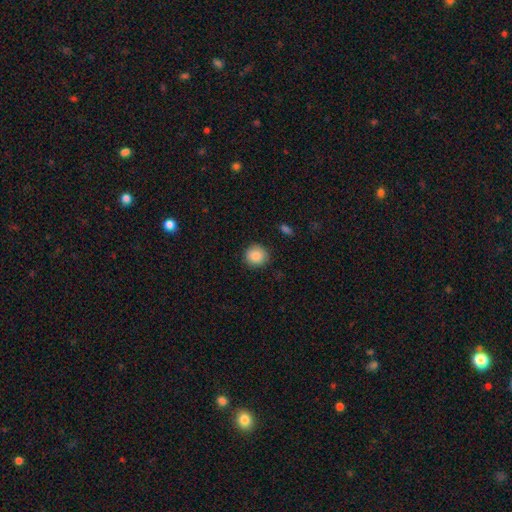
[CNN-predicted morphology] Smooth or featured: smooth — 87% (star or artifact — 9%)
How rounded: round — 89% (in between — 10%)
Merging: none — 88% (minor disturbance — 8%)